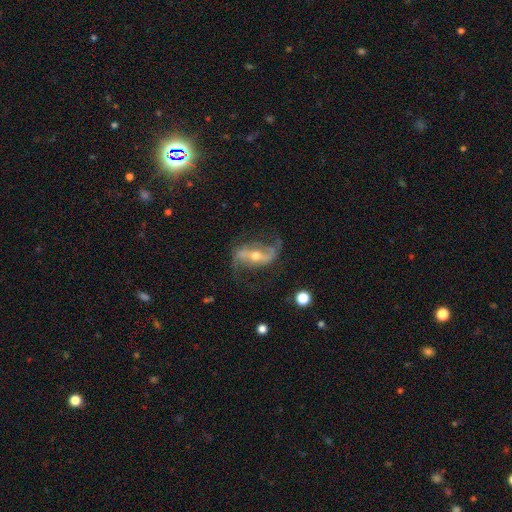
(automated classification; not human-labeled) smooth_or_featured: featured or disk (p=0.88) [alt: star or artifact p=0.06]
disk_edge_on: no (p=0.94) [alt: yes p=0.06]
bar: strong (p=0.51) [alt: weak p=0.30]
has_spiral_arms: yes (p=0.95) [alt: no p=0.05]
spiral_winding: loose (p=0.66) [alt: medium p=0.26]
spiral_arm_count: 2 (p=0.92) [alt: can't tell p=0.03]
bulge_size: moderate (p=0.58) [alt: small p=0.38]
merging: none (p=0.70) [alt: minor disturbance p=0.16]